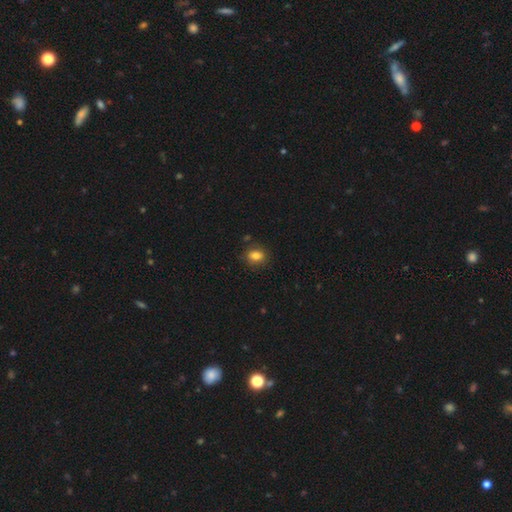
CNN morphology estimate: Q: Smooth or featured?
A: smooth (81%); runner-up: star or artifact (11%)
Q: How rounded?
A: in between (50%); runner-up: round (49%)
Q: Merging?
A: none (83%); runner-up: minor disturbance (12%)